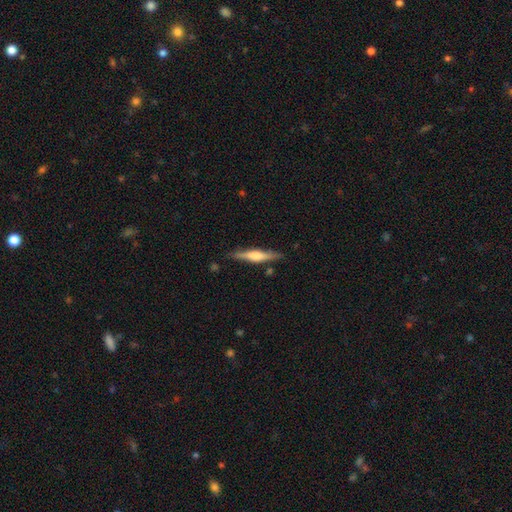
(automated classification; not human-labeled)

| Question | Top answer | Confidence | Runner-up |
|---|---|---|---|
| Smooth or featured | featured or disk | 62% | smooth (32%) |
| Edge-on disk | yes | 97% | no (3%) |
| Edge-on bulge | rounded | 64% | boxy (29%) |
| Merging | none | 85% | minor disturbance (11%) |